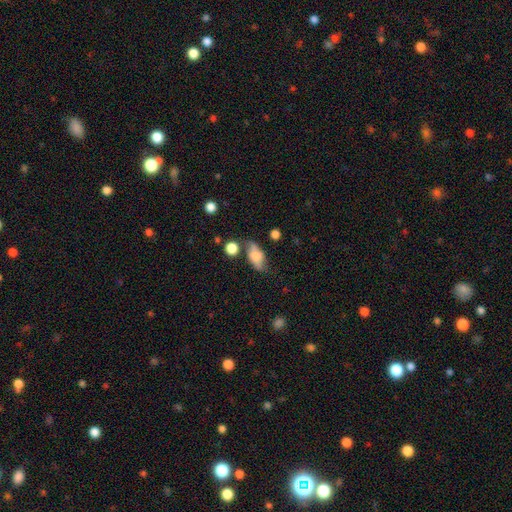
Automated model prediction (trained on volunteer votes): This is likely a smooth galaxy (62%). How rounded: clearly in between (84%). Merging: possibly none (59%).